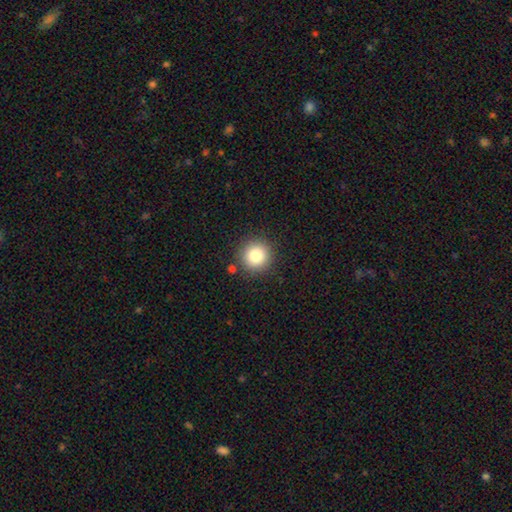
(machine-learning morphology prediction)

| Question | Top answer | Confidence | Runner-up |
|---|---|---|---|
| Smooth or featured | smooth | 83% | star or artifact (11%) |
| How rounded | round | 95% | in between (4%) |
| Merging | none | 89% | minor disturbance (7%) |